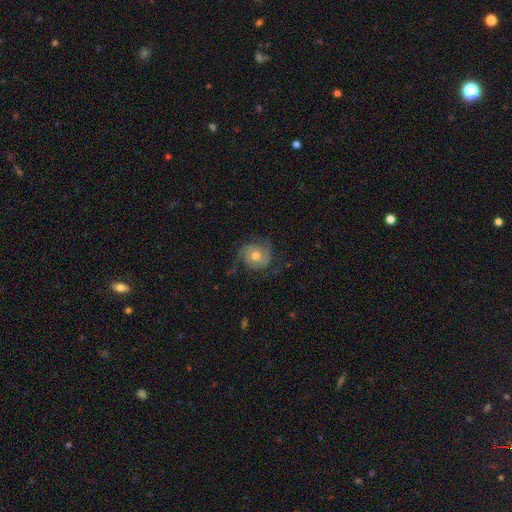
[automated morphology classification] Smooth or featured: featured or disk — 75% (smooth — 19%)
Edge-on disk: no — 97% (yes — 3%)
Bar: no — 75% (weak — 21%)
Spiral arms: yes — 92% (no — 8%)
Spiral winding: medium — 42% (tight — 38%)
Spiral arm count: 2 — 64% (can't tell — 13%)
Bulge size: moderate — 75% (large — 12%)
Merging: none — 64% (minor disturbance — 19%)